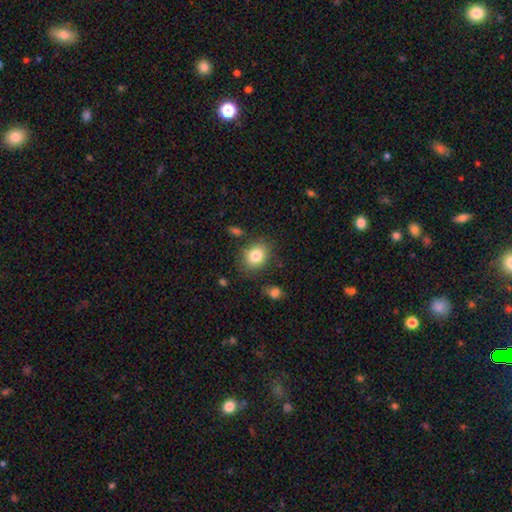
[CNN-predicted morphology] Smooth or featured? smooth (82%)
How rounded? round (52%)
Merging? none (79%)